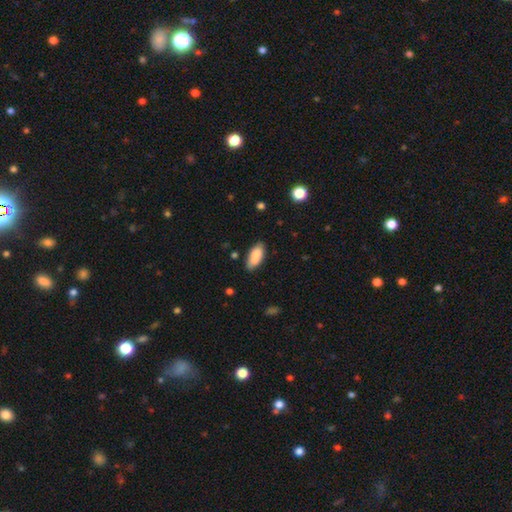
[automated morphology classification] A smooth galaxy with no disk features (87%) that is in between round and cigar-shaped (87%).

Vote fractions:
- Smooth or featured? smooth: 87% / featured or disk: 7% / star or artifact: 6%
- How rounded? in between: 87% / cigar-shaped: 12% / round: 2%
- Merging? none: 80% / minor disturbance: 16% / major disturbance: 3% / merger: 2%